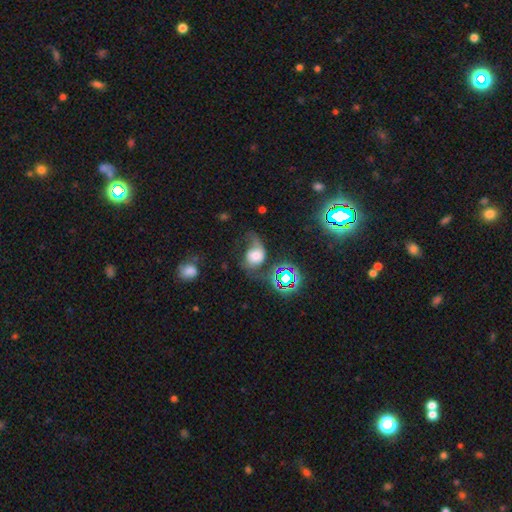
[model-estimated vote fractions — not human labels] Q: Smooth or featured?
A: featured or disk (46%); runner-up: smooth (38%)
Q: Merging?
A: major disturbance (40%); runner-up: none (29%)